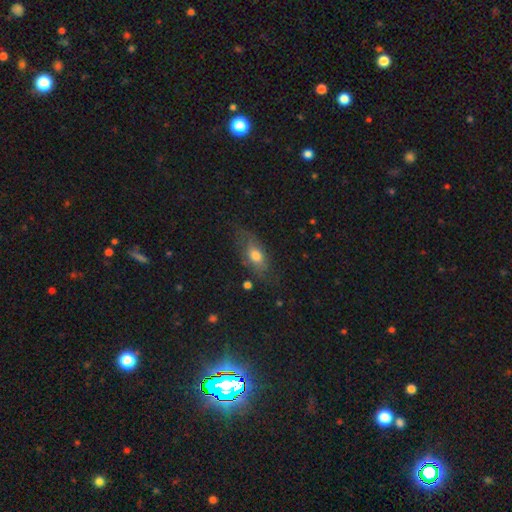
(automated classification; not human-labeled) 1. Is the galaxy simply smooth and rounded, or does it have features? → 58% smooth, 33% featured or disk, 9% star or artifact.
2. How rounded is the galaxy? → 79% in between, 13% cigar-shaped, 9% round.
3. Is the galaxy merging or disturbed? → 60% none, 25% minor disturbance, 13% major disturbance, 2% merger.